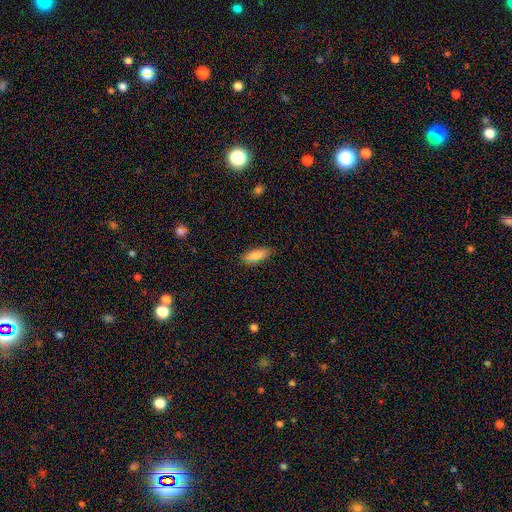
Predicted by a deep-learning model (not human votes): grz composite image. It shows a smooth galaxy with no disk features (80%) that is in between round and cigar-shaped (65%). Merging: none (81%).